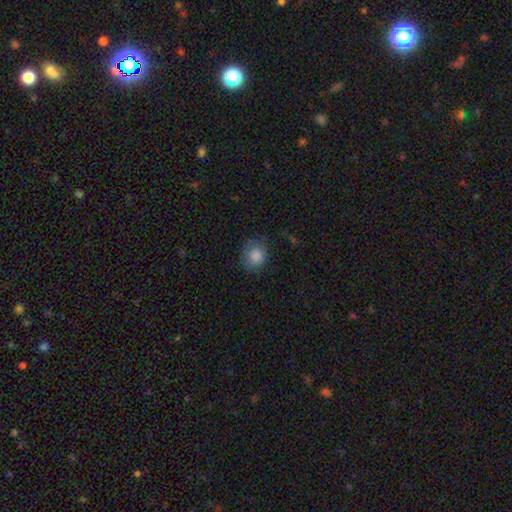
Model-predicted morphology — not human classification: This is clearly a smooth galaxy (84%). How rounded: clearly round (81%). Merging: likely none (73%).